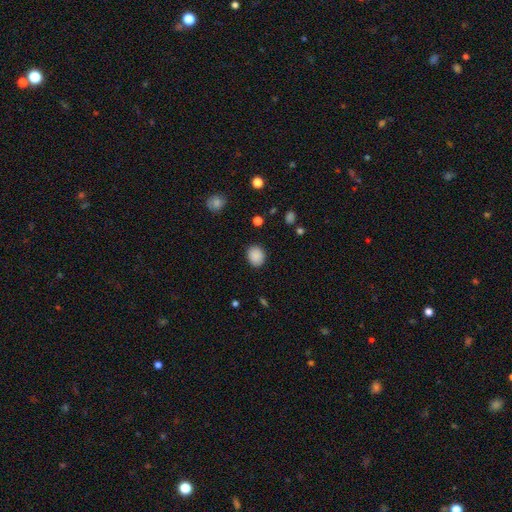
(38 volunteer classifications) smooth-or-featured: smooth: 89% | featured or disk: 8% | star or artifact: 3%
  how-rounded: round: 79% | in between: 21% | cigar-shaped: 0%
  merging: none: 86% | minor disturbance: 11% | merger: 3% | major disturbance: 0%